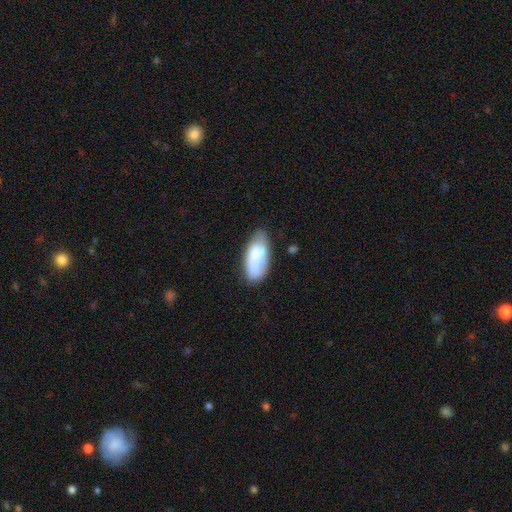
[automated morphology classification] smooth-or-featured: smooth: 69% | featured or disk: 24% | star or artifact: 7%
  how-rounded: in between: 89% | cigar-shaped: 9% | round: 2%
  merging: none: 60% | minor disturbance: 28% | major disturbance: 9% | merger: 4%